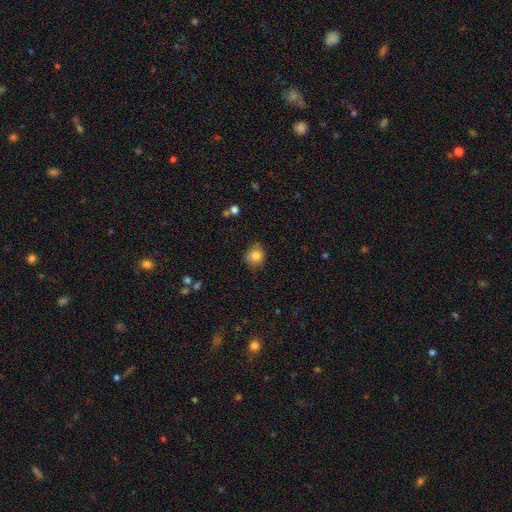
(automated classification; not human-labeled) smooth-or-featured: smooth: 83% | star or artifact: 10% | featured or disk: 7%
  how-rounded: round: 81% | in between: 18% | cigar-shaped: 1%
  merging: none: 75% | minor disturbance: 20% | major disturbance: 4% | merger: 2%